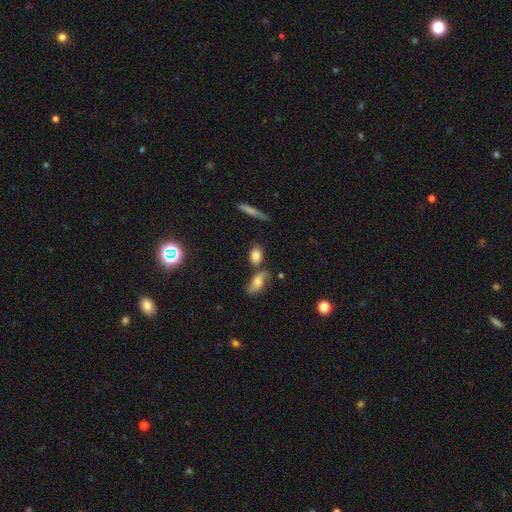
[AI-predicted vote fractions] Smooth or featured? smooth (73%)
How rounded? in between (75%)
Merging? none (58%)